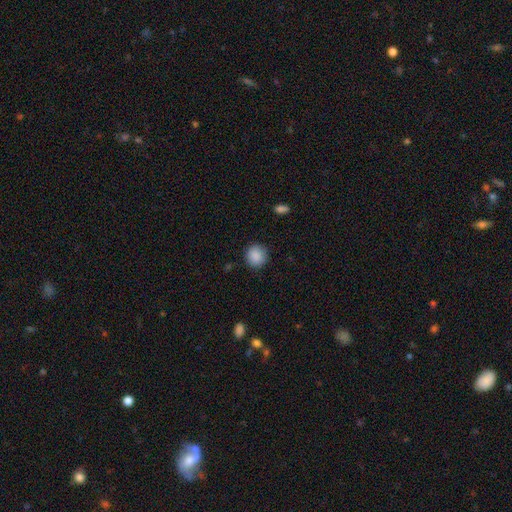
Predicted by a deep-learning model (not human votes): smooth 89%, star or artifact 8%, featured or disk 3%. Down the decision tree: how rounded — round (88%); merging — none (88%).